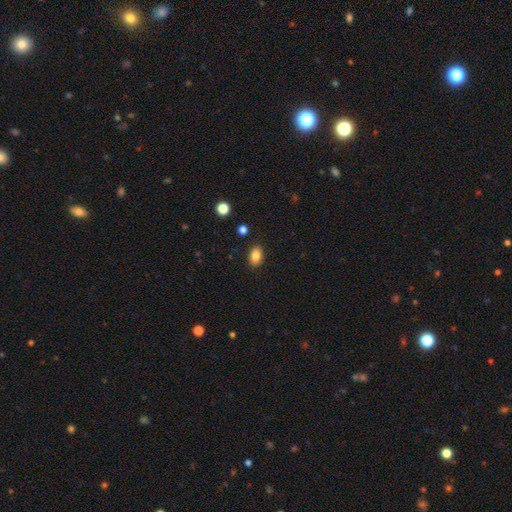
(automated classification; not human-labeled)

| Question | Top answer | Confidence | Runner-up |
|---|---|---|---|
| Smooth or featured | smooth | 84% | star or artifact (9%) |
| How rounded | in between | 83% | round (15%) |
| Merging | none | 87% | minor disturbance (9%) |